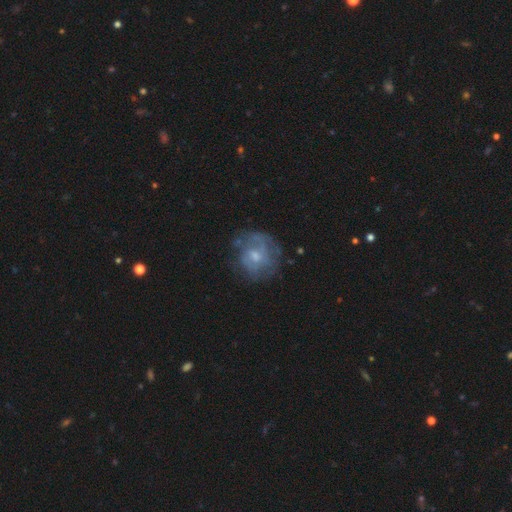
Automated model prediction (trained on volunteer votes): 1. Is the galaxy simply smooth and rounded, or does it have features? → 57% featured or disk, 34% smooth, 9% star or artifact.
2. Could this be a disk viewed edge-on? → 97% no, 3% yes.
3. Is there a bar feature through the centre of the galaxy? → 68% no, 28% weak, 4% strong.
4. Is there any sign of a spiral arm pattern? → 52% yes, 48% no.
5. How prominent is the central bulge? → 48% moderate, 40% small, 7% none, 4% large, 1% dominant.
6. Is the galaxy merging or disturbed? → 61% none, 21% minor disturbance, 15% major disturbance, 2% merger.